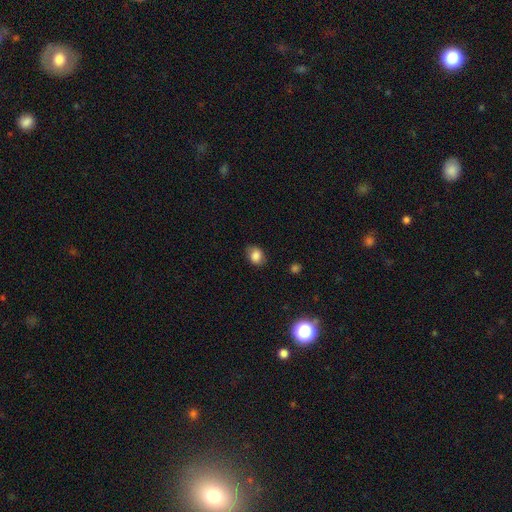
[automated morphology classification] smooth 84%, star or artifact 9%, featured or disk 7%. Down the decision tree: how rounded — in between (52%); merging — none (77%).